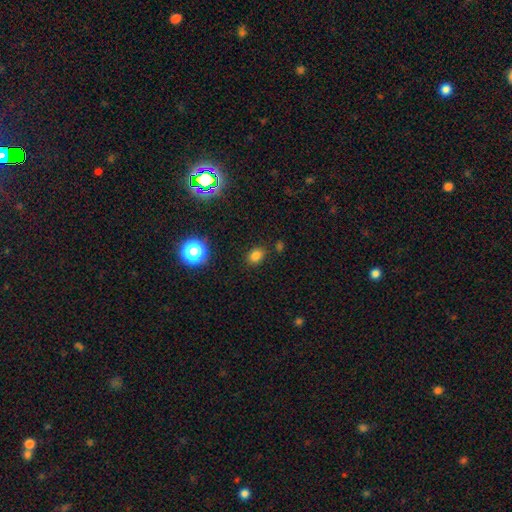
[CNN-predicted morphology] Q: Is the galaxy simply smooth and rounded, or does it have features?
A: smooth — 77%.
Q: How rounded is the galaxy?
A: in between — 55%.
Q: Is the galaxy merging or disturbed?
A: none — 84%.